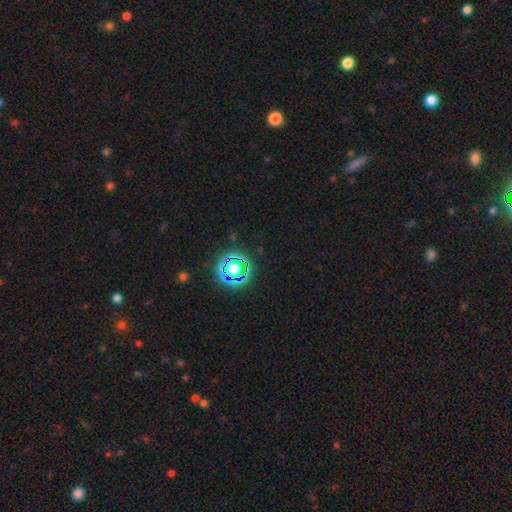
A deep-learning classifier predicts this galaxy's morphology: This appears to be a star or artifact, not a galaxy (79%).